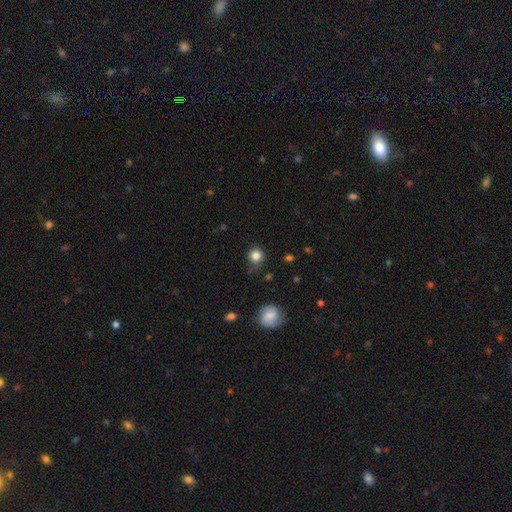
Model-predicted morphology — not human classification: Q: Smooth or featured?
A: smooth (84%); runner-up: star or artifact (11%)
Q: How rounded?
A: round (89%); runner-up: in between (10%)
Q: Merging?
A: none (72%); runner-up: minor disturbance (20%)